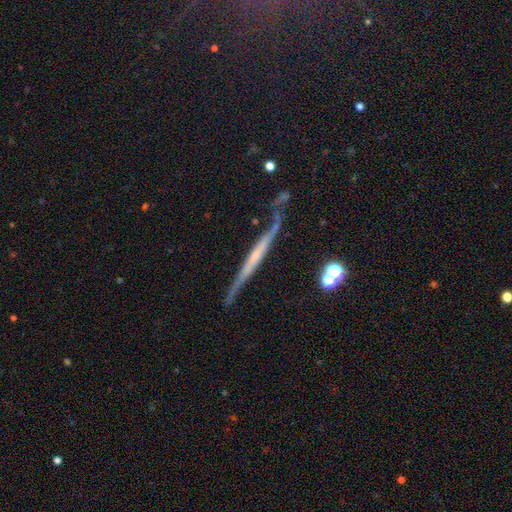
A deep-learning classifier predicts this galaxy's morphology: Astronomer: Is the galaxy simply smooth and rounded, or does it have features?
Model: featured or disk — 72%.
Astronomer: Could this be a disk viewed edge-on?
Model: yes — 91%.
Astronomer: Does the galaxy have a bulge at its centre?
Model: none — 62%.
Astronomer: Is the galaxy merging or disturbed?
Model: none — 63%.